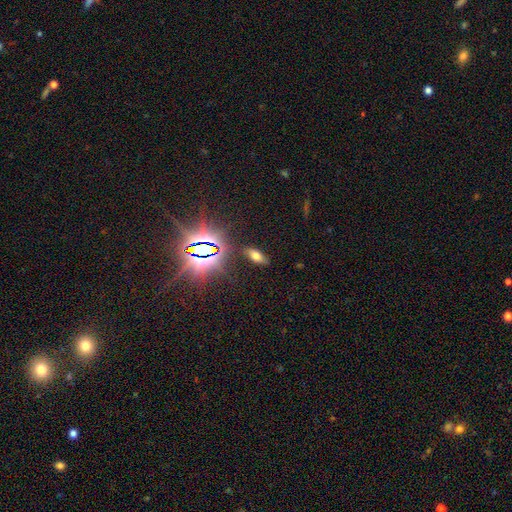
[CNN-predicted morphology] A smooth galaxy with no disk features (56%) that is in between round and cigar-shaped (78%). Merging: none (86%).